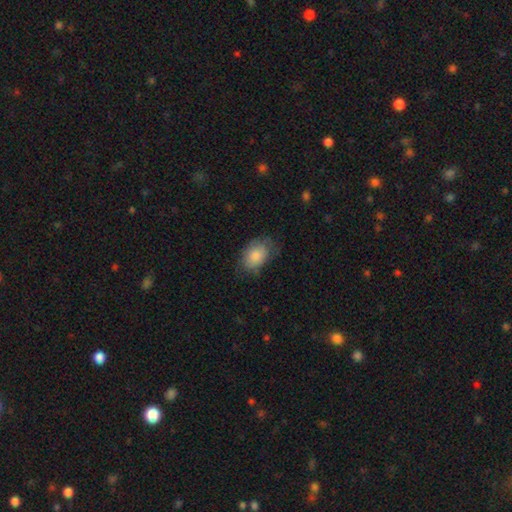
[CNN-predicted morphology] smooth_or_featured: smooth (p=0.82) [alt: featured or disk p=0.11]
how_rounded: in between (p=0.84) [alt: round p=0.15]
merging: none (p=0.62) [alt: minor disturbance p=0.27]